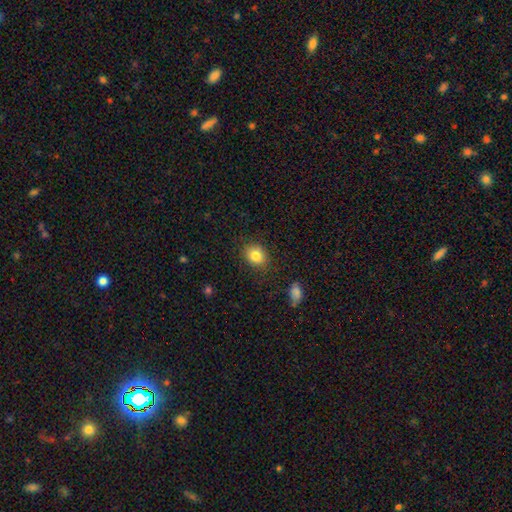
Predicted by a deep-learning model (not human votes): A smooth galaxy with no disk features (84%) that is round (60%). Merging: none (86%).